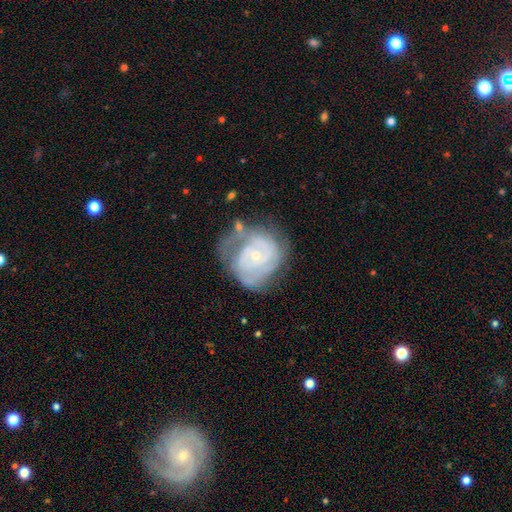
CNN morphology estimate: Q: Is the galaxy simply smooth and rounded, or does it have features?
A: featured or disk — 81%.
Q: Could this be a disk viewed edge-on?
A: no — 98%.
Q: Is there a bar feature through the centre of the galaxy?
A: no — 69%.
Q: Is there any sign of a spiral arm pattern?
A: yes — 90%.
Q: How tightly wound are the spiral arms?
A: tight — 67%.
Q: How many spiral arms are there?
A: can't tell — 36%.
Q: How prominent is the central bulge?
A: small — 74%.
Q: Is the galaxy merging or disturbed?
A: none — 52%.